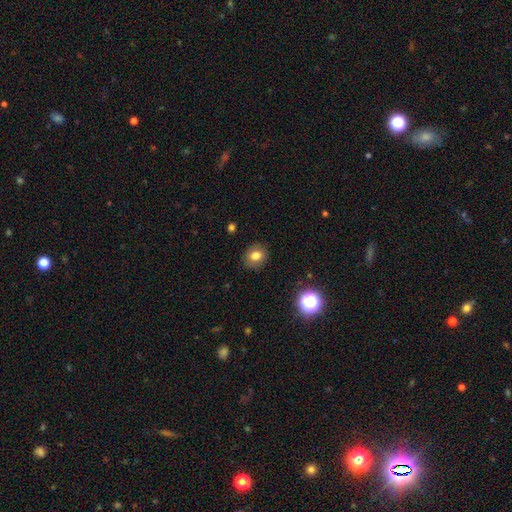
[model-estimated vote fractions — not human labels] Morphology: type=smooth (77%); roundness=round (68%); merging=none (87%).